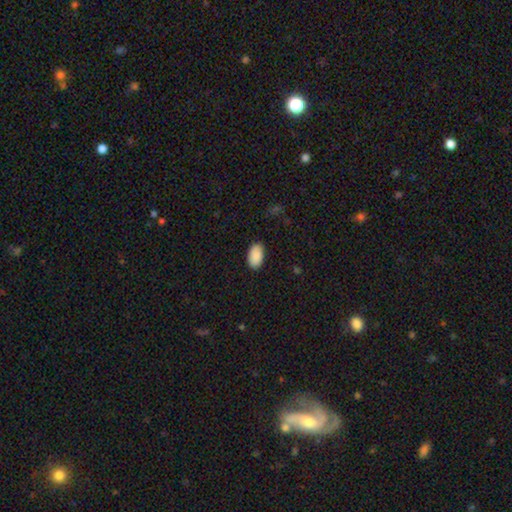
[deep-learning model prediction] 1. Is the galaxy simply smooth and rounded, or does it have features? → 91% smooth, 6% star or artifact, 3% featured or disk.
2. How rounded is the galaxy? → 95% in between, 4% round, 1% cigar-shaped.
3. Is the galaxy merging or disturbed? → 89% none, 8% minor disturbance, 2% major disturbance, 1% merger.